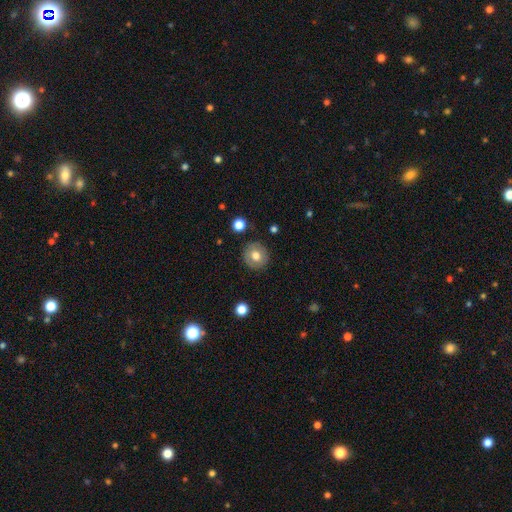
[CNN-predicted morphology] This appears to be a smooth galaxy with no disk features (70%) that is round (90%). Merging: none (86%).